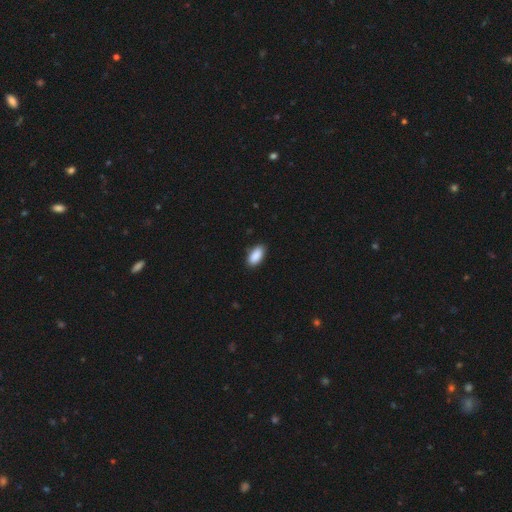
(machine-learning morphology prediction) type=smooth (90%); roundness=in between (92%); merging=none (85%).